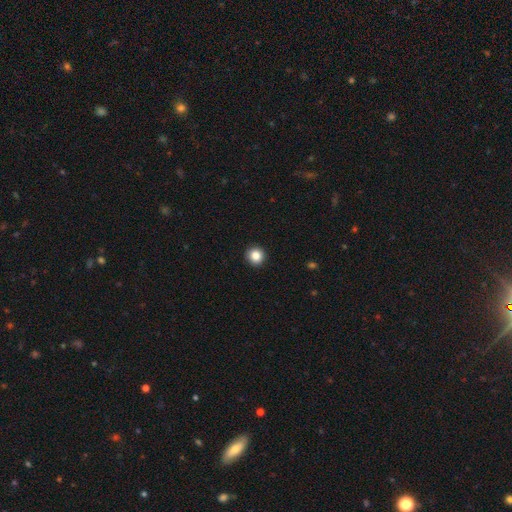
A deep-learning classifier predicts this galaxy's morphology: A smooth galaxy with no disk features (86%) that is round (94%). Merging: none (93%).